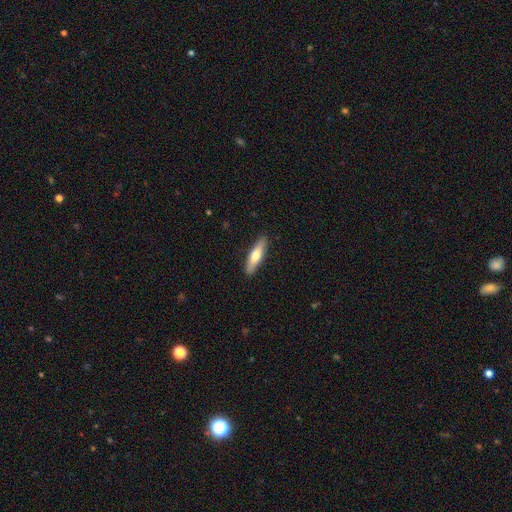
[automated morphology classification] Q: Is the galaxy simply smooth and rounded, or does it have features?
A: smooth — 61%.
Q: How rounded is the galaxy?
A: cigar-shaped — 71%.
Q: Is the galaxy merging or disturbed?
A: none — 90%.